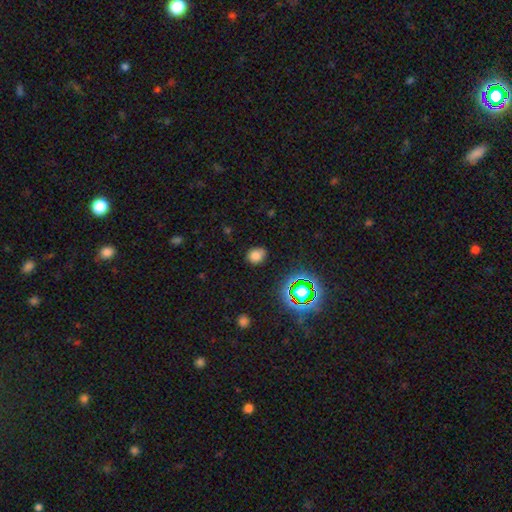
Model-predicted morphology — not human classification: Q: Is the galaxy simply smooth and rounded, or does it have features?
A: smooth — 74%.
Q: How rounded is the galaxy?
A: round — 54%.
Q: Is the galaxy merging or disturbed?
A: none — 79%.